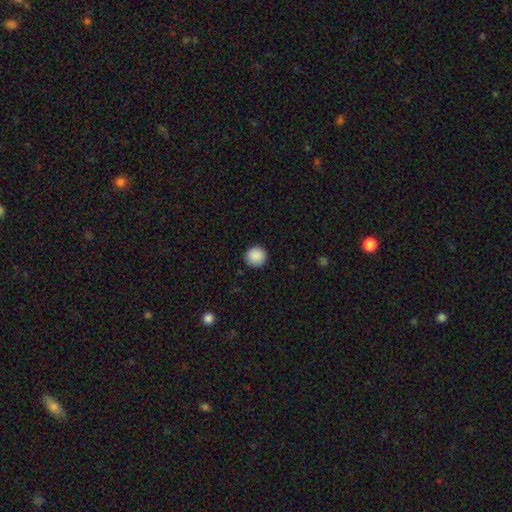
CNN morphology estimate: Smooth or featured? Predicted: smooth (p=0.89). How rounded? Predicted: round (p=0.93). Merging? Predicted: none (p=0.92).